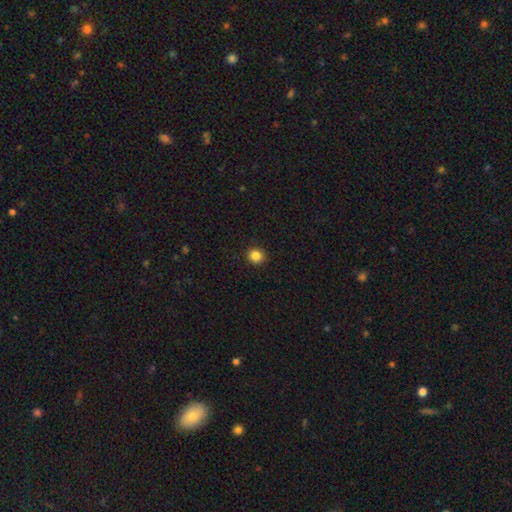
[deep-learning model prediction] smooth 85%, star or artifact 11%, featured or disk 4%. Down the decision tree: how rounded — round (89%); merging — none (92%).